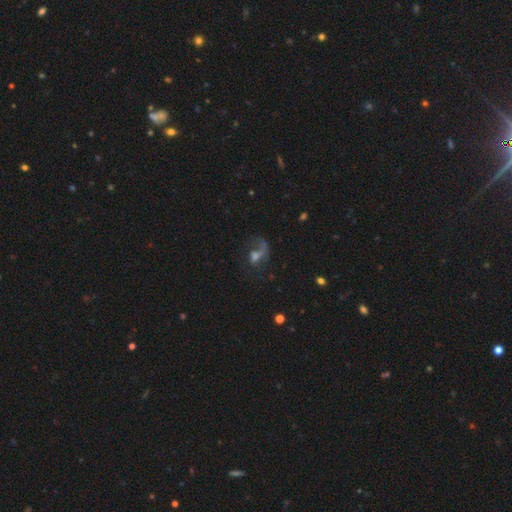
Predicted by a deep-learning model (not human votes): A featured or disk galaxy (51%).

Vote fractions:
- Smooth or featured? featured or disk: 51% / smooth: 31% / star or artifact: 18%
- Edge-on disk? no: 95% / yes: 5%
- Merging? major disturbance: 47% / none: 33% / minor disturbance: 14% / merger: 6%